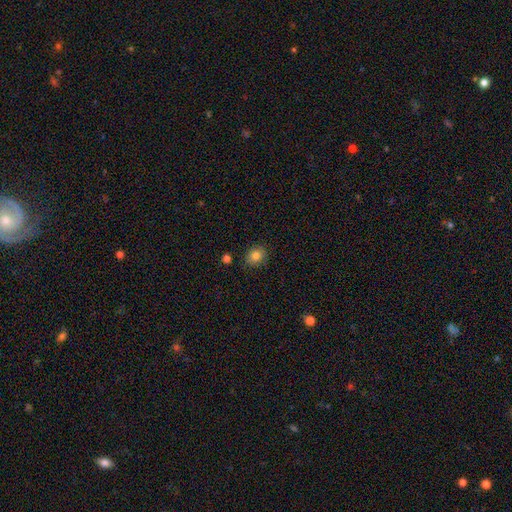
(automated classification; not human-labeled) This appears to be a smooth galaxy with no disk features (83%) that is round (64%). Merging: none (86%).